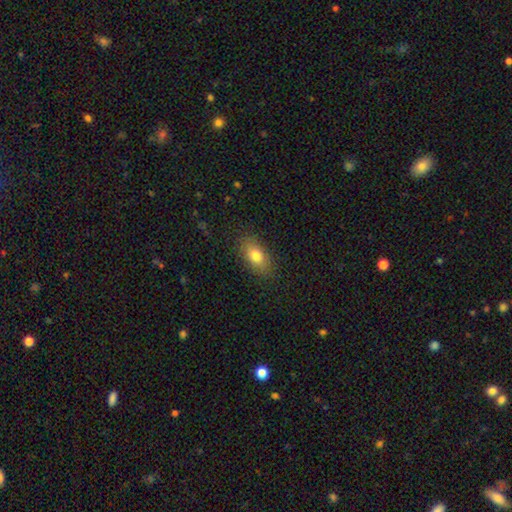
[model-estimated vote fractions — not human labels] smooth_or_featured: smooth (p=0.78) [alt: featured or disk p=0.13]
how_rounded: in between (p=0.86) [alt: round p=0.09]
merging: none (p=0.84) [alt: minor disturbance p=0.12]